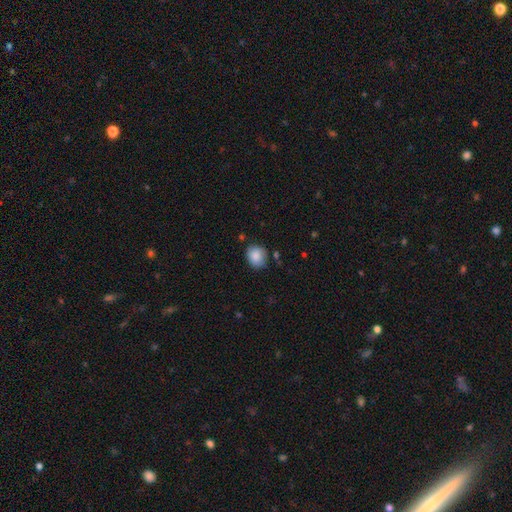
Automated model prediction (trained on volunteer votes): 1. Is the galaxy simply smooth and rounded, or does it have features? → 87% smooth, 8% star or artifact, 5% featured or disk.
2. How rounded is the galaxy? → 60% round, 40% in between, 1% cigar-shaped.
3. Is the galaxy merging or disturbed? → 75% none, 18% minor disturbance, 4% major disturbance, 4% merger.